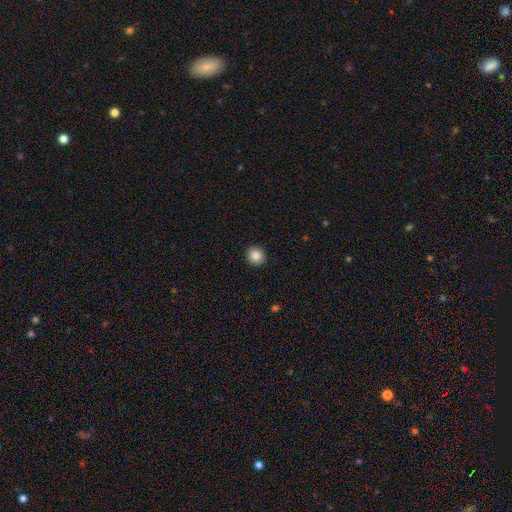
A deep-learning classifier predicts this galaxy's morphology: Overall: smooth (87%). How rounded: round (90%). Merging: none (93%).